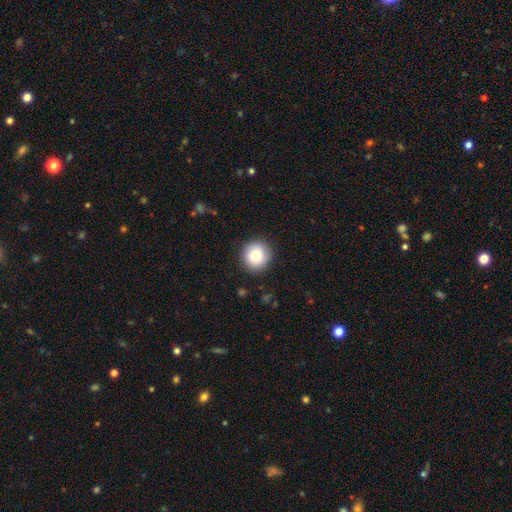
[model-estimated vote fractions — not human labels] Smooth or featured? Predicted: smooth (p=0.84). How rounded? Predicted: round (p=0.88). Merging? Predicted: none (p=0.89).